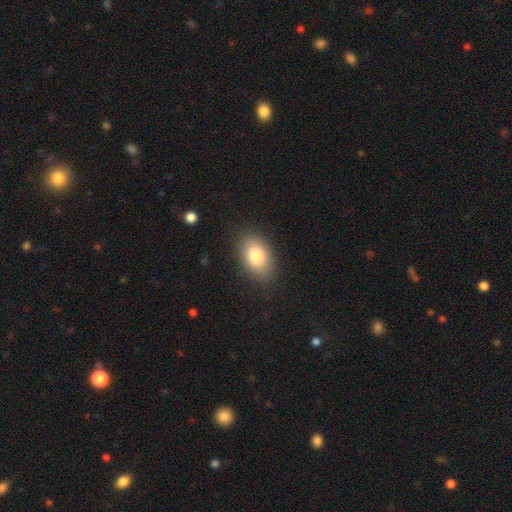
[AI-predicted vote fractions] Smooth or featured? smooth (84%)
How rounded? in between (87%)
Merging? none (85%)